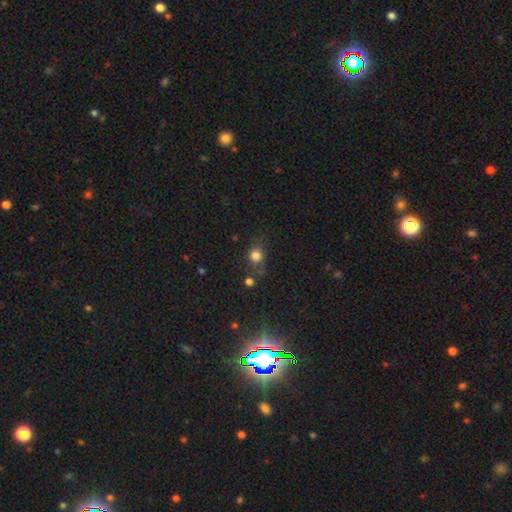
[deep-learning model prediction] This appears to be a smooth galaxy with no disk features (79%) that is round (76%). Merging: none (66%).